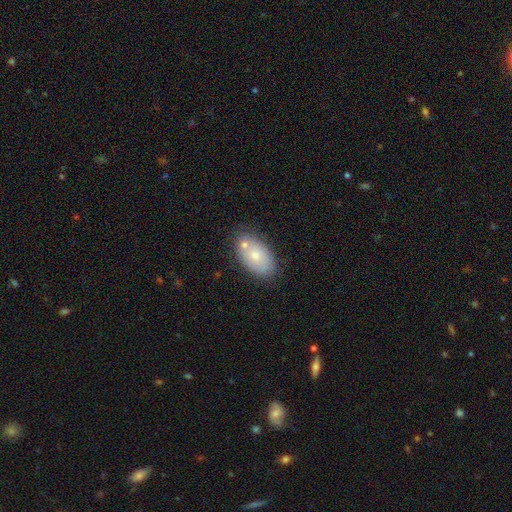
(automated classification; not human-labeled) Smooth or featured?
  - smooth: 69% *
  - featured or disk: 24%
  - star or artifact: 7%
How rounded?
  - in between: 92% *
  - round: 6%
  - cigar-shaped: 2%
Merging?
  - none: 63% *
  - merger: 17%
  - minor disturbance: 16%
  - major disturbance: 4%